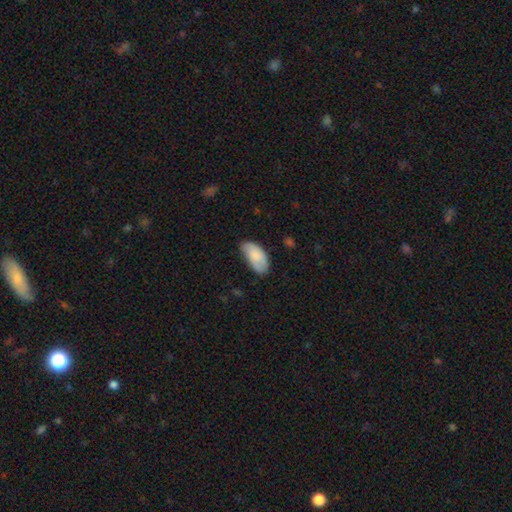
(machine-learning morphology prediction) The model was most divided on "merging": none: 57%, minor disturbance: 34%, major disturbance: 7%, merger: 2%. More confident: how rounded — in between (95%); smooth or featured — smooth (81%).